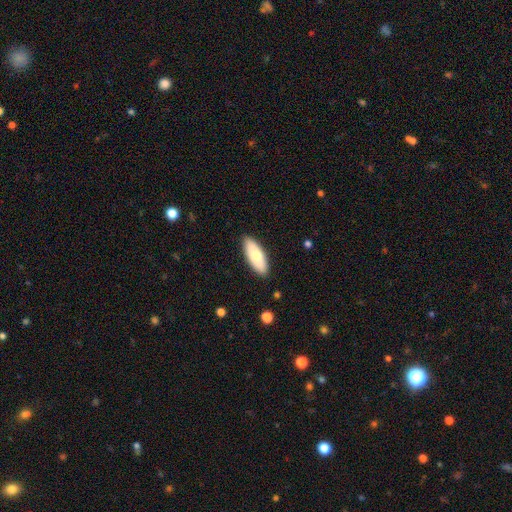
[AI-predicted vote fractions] A smooth galaxy with no disk features (79%) that is in between round and cigar-shaped (71%).

Vote fractions:
- Smooth or featured? smooth: 79% / featured or disk: 16% / star or artifact: 5%
- How rounded? in between: 71% / cigar-shaped: 27% / round: 2%
- Merging? none: 89% / minor disturbance: 8% / major disturbance: 2% / merger: 1%